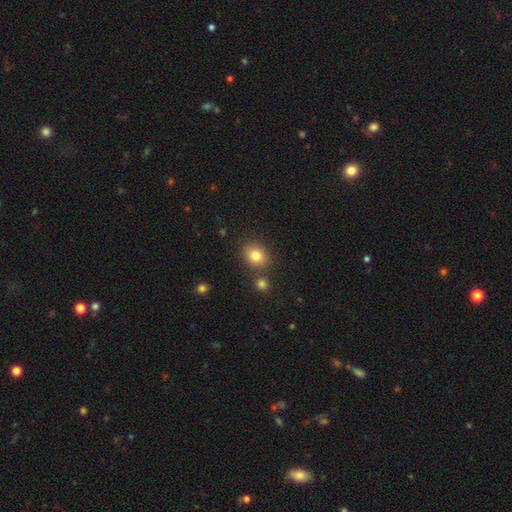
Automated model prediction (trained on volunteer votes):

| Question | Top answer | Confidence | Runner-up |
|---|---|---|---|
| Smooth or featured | smooth | 81% | star or artifact (11%) |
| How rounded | round | 57% | in between (42%) |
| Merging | none | 77% | merger (11%) |